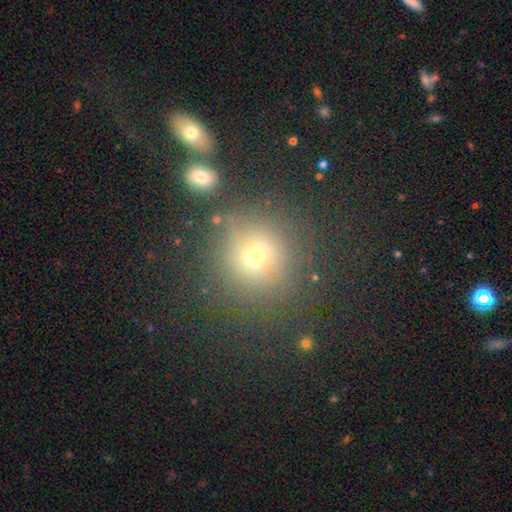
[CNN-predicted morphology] A smooth galaxy with no disk features (64%) that is round (91%).

Vote fractions:
- Smooth or featured? smooth: 64% / star or artifact: 23% / featured or disk: 13%
- How rounded? round: 91% / in between: 8% / cigar-shaped: 1%
- Merging? none: 80% / minor disturbance: 10% / merger: 5% / major disturbance: 5%